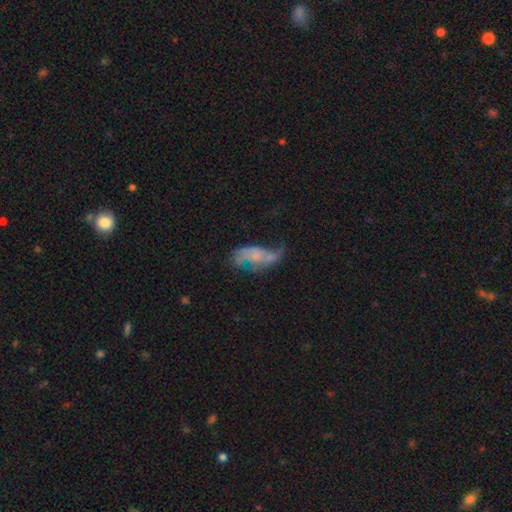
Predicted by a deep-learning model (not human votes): The model was most divided on "merging": major disturbance: 33%, none: 31%, minor disturbance: 22%, merger: 13%. Remaining: edge-on disk — no (93%); bar — no (76%); smooth or featured — featured or disk (61%); spiral arms — yes (58%); bulge size — none (49%).